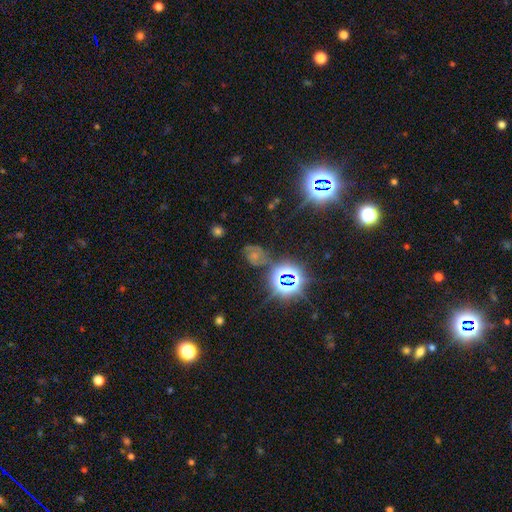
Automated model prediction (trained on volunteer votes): star or artifact 47%, smooth 29%, featured or disk 24%.